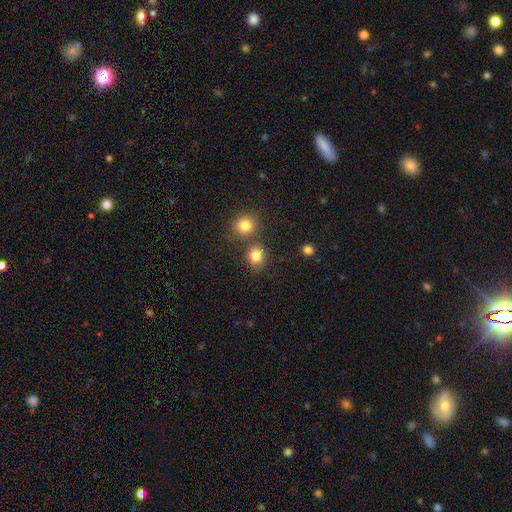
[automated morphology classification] Q: Smooth or featured?
A: smooth (83%); runner-up: star or artifact (12%)
Q: How rounded?
A: round (79%); runner-up: in between (20%)
Q: Merging?
A: none (69%); runner-up: merger (19%)